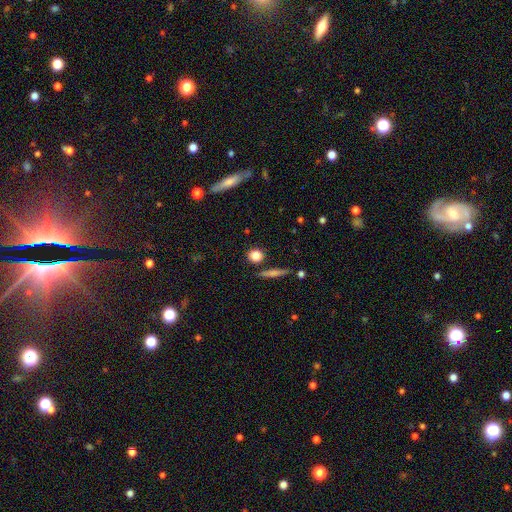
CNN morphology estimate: Smooth or featured: smooth — 82% (star or artifact — 9%)
How rounded: round — 82% (in between — 12%)
Merging: none — 84% (minor disturbance — 8%)